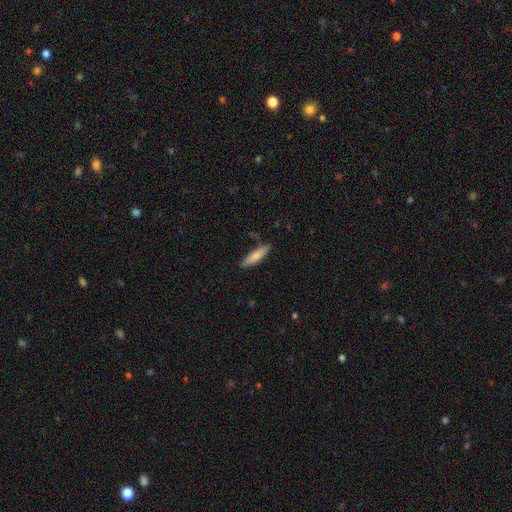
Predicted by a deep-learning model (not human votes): smooth-or-featured: smooth: 79% | featured or disk: 15% | star or artifact: 6%
  how-rounded: cigar-shaped: 76% | in between: 23% | round: 1%
  merging: none: 79% | minor disturbance: 15% | major disturbance: 3% | merger: 3%